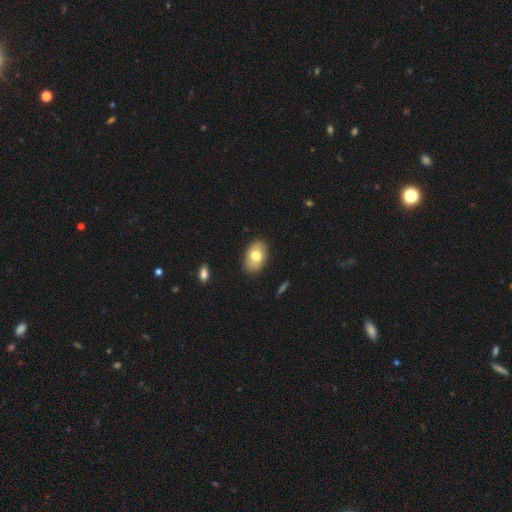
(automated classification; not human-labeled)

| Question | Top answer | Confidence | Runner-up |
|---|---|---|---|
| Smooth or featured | smooth | 73% | featured or disk (20%) |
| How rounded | in between | 87% | round (12%) |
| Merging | none | 87% | minor disturbance (10%) |